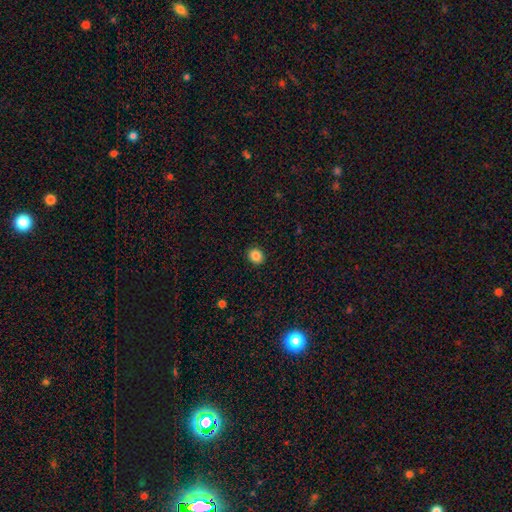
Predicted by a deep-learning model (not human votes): This appears to be a smooth galaxy with no disk features (85%) that is round (66%). Merging: none (91%).